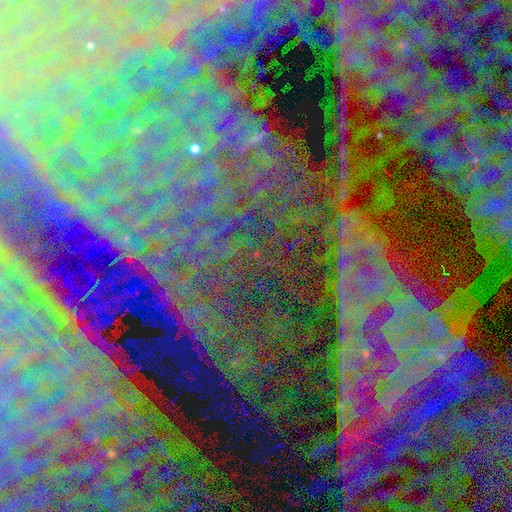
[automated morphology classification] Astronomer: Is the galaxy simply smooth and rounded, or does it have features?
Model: star or artifact — 83%.